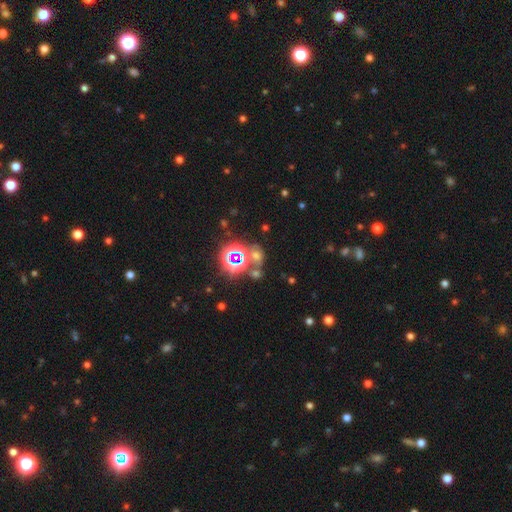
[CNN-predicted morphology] smooth_or_featured: star or artifact (p=0.60) [alt: smooth p=0.30]